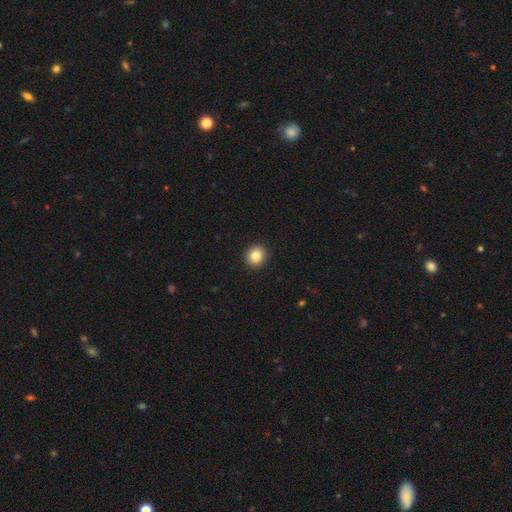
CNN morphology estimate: Smooth or featured? Predicted: smooth (p=0.85). How rounded? Predicted: round (p=0.87). Merging? Predicted: none (p=0.92).